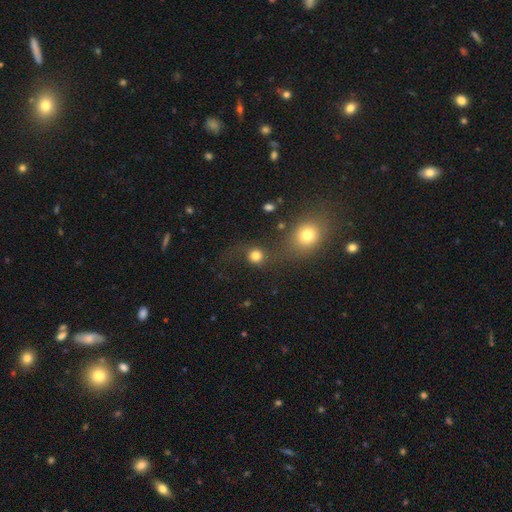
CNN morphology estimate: Q: Smooth or featured?
A: smooth (76%); runner-up: star or artifact (14%)
Q: How rounded?
A: round (88%); runner-up: in between (11%)
Q: Merging?
A: none (52%); runner-up: merger (27%)